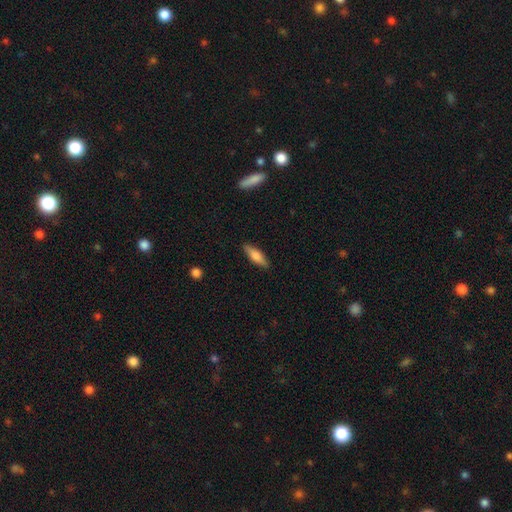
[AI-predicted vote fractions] This appears to be a smooth galaxy with no disk features (68%) that is cigar-shaped (56%). Merging: none (88%).